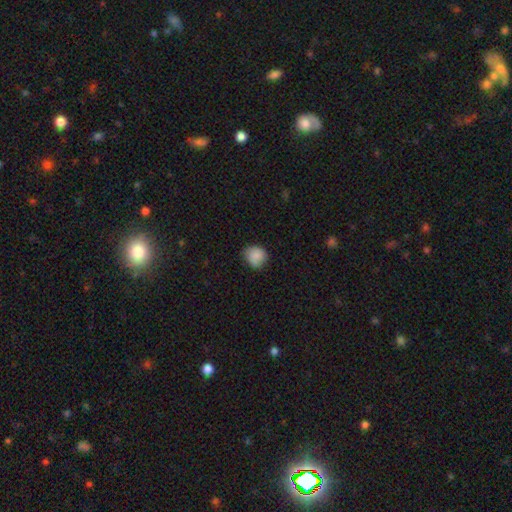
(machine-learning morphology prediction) smooth 84%, featured or disk 8%, star or artifact 8%. Down the decision tree: how rounded — round (79%); merging — none (69%).